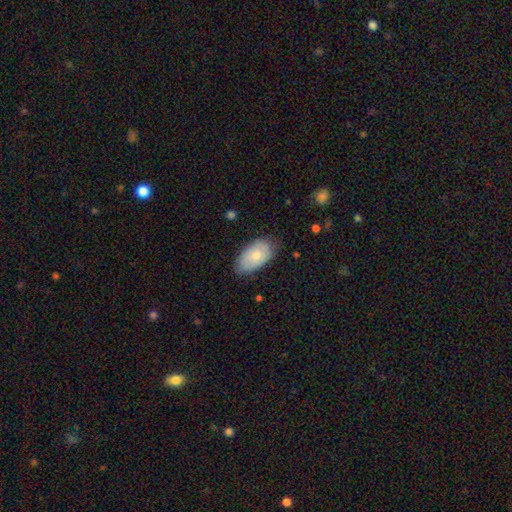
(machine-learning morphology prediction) Q: Smooth or featured?
A: smooth (73%); runner-up: featured or disk (21%)
Q: How rounded?
A: in between (94%); runner-up: round (4%)
Q: Merging?
A: none (69%); runner-up: minor disturbance (25%)